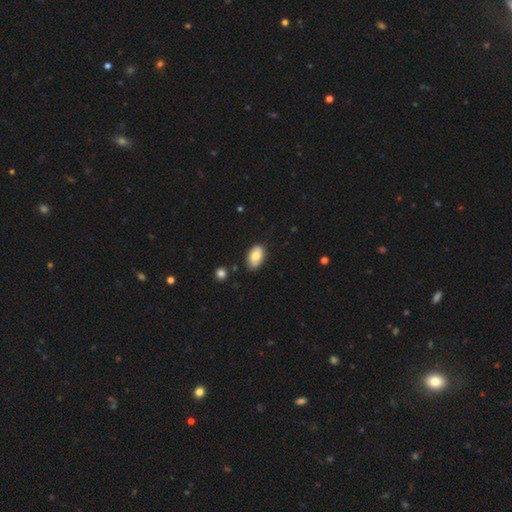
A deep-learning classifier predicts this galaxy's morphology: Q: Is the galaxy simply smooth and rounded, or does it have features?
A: smooth — 75%.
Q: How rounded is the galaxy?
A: in between — 92%.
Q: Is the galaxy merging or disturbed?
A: none — 80%.